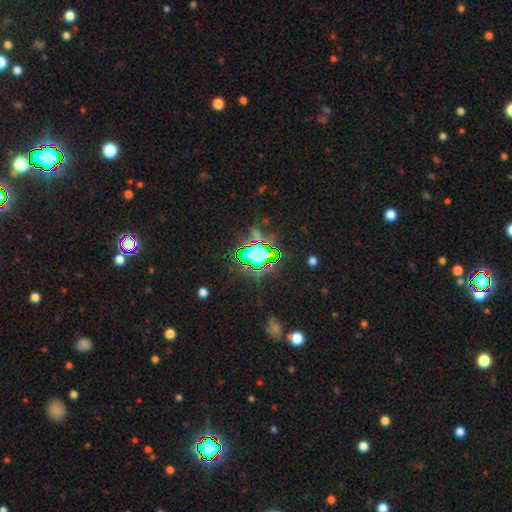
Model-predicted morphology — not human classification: smooth_or_featured: star or artifact (p=0.72) [alt: smooth p=0.17]